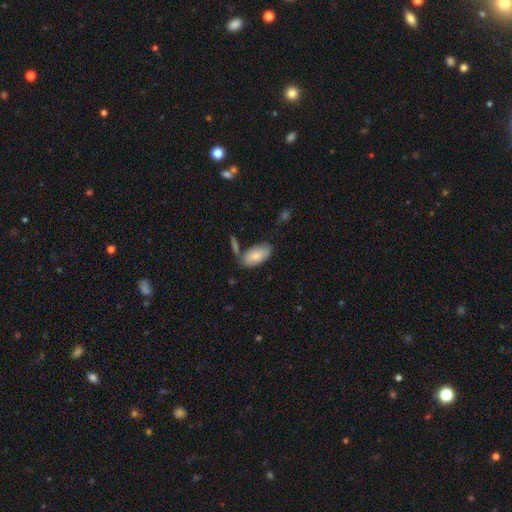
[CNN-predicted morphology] Q: Smooth or featured?
A: smooth (79%); runner-up: featured or disk (15%)
Q: How rounded?
A: in between (93%); runner-up: cigar-shaped (4%)
Q: Merging?
A: none (64%); runner-up: minor disturbance (19%)